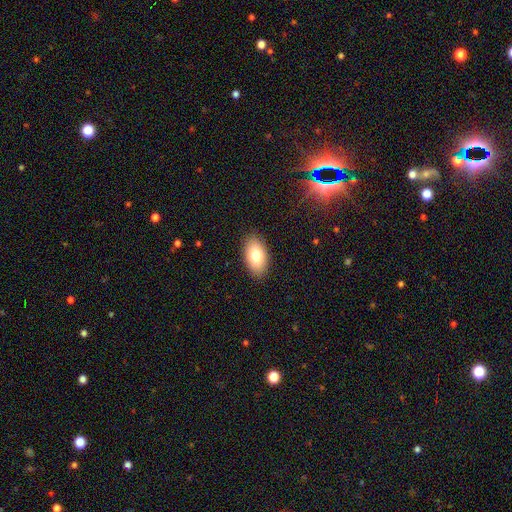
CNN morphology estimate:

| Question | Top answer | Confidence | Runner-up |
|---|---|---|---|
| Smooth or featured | smooth | 78% | featured or disk (14%) |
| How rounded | in between | 93% | round (5%) |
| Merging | none | 88% | minor disturbance (9%) |